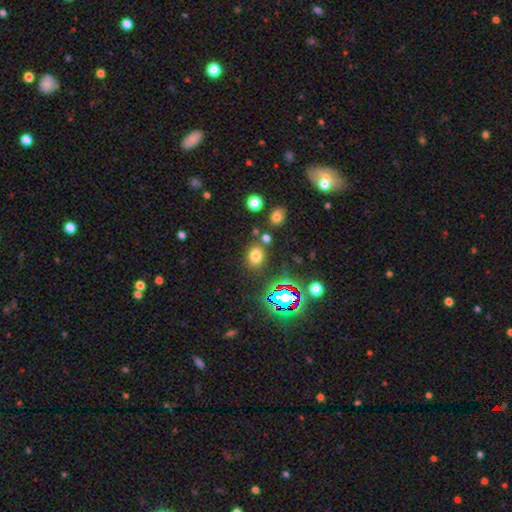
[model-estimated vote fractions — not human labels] The model was most divided on "how rounded": in between: 57%, round: 42%, cigar-shaped: 1%. More confident: merging — none (78%); smooth or featured — smooth (70%).